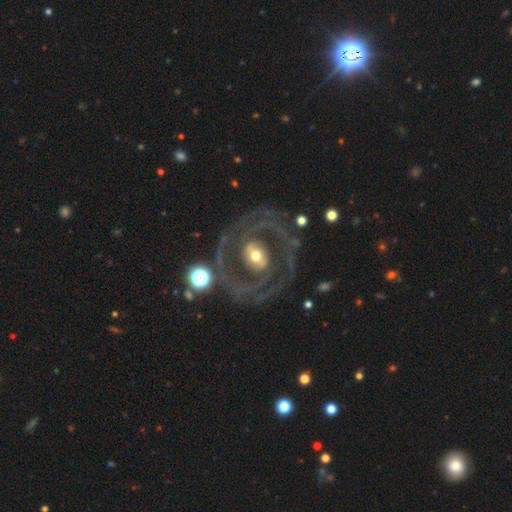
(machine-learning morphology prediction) smooth_or_featured: featured or disk (p=0.90) [alt: star or artifact p=0.05]
disk_edge_on: no (p=0.97) [alt: yes p=0.03]
bar: weak (p=0.38) [alt: strong p=0.35]
has_spiral_arms: yes (p=0.96) [alt: no p=0.04]
spiral_winding: medium (p=0.49) [alt: tight p=0.37]
spiral_arm_count: 2 (p=0.61) [alt: 3 p=0.13]
bulge_size: moderate (p=0.57) [alt: small p=0.29]
merging: none (p=0.72) [alt: major disturbance p=0.13]